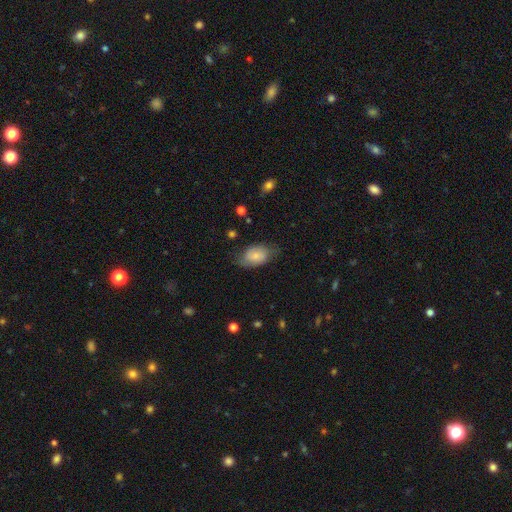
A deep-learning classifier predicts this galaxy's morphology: This is likely a smooth galaxy (74%). How rounded: clearly in between (89%). Merging: likely none (63%).